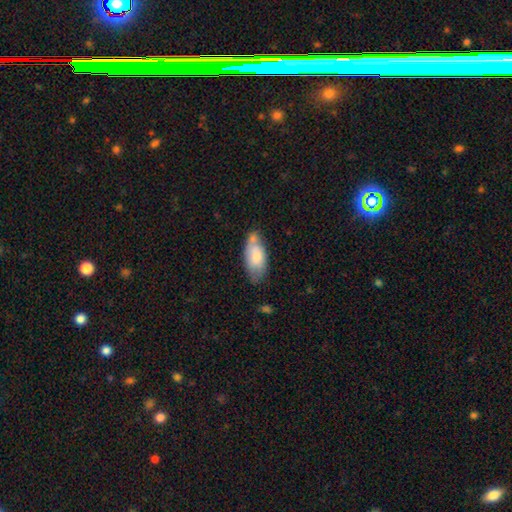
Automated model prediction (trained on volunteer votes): This appears to be a smooth galaxy with no disk features (75%) that is in between round and cigar-shaped (90%). Merging: none (50%).